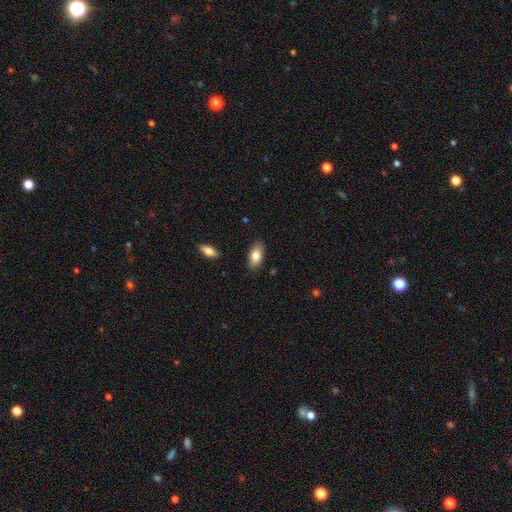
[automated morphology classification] This appears to be a smooth galaxy with no disk features (81%) that is in between round and cigar-shaped (91%). Merging: none (86%).